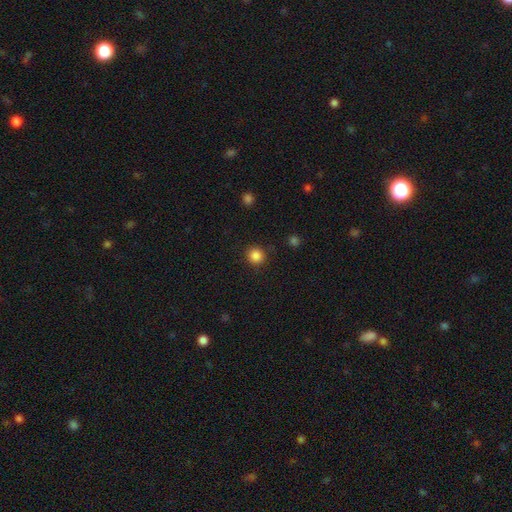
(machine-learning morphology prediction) Q: Smooth or featured?
A: smooth (86%); runner-up: star or artifact (11%)
Q: How rounded?
A: round (92%); runner-up: in between (7%)
Q: Merging?
A: none (89%); runner-up: minor disturbance (7%)